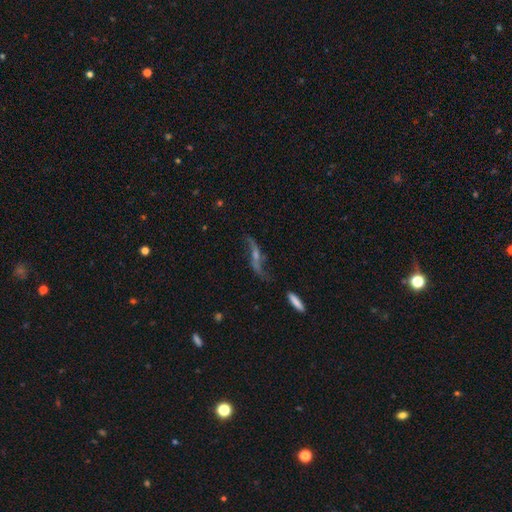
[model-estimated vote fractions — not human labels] smooth_or_featured: featured or disk (p=0.79) [alt: smooth p=0.11]
disk_edge_on: no (p=0.72) [alt: yes p=0.28]
bar: no (p=0.45) [alt: weak p=0.35]
has_spiral_arms: yes (p=0.90) [alt: no p=0.10]
spiral_winding: loose (p=0.91) [alt: medium p=0.06]
spiral_arm_count: 2 (p=0.91) [alt: can't tell p=0.03]
bulge_size: small (p=0.52) [alt: moderate p=0.29]
merging: none (p=0.66) [alt: minor disturbance p=0.18]